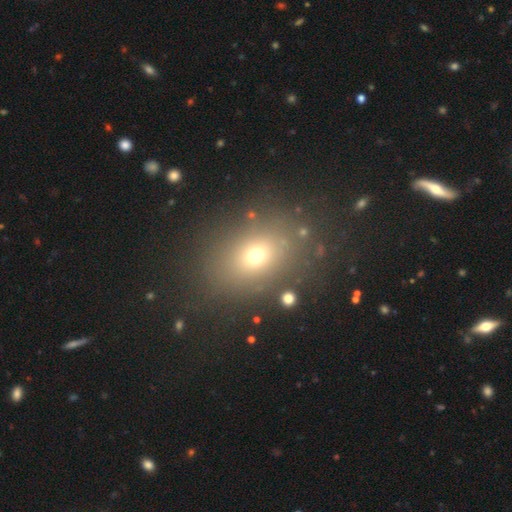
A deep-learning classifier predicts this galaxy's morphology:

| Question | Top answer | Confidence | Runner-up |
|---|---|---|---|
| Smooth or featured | smooth | 67% | star or artifact (20%) |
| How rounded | in between | 60% | round (39%) |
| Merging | none | 81% | minor disturbance (10%) |